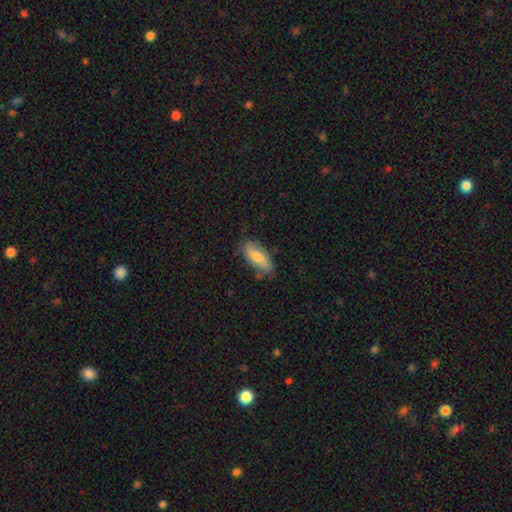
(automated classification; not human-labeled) Smooth or featured?
  - smooth: 61% *
  - featured or disk: 32%
  - star or artifact: 7%
How rounded?
  - in between: 75% *
  - cigar-shaped: 22%
  - round: 3%
Merging?
  - none: 76% *
  - minor disturbance: 19%
  - major disturbance: 4%
  - merger: 2%